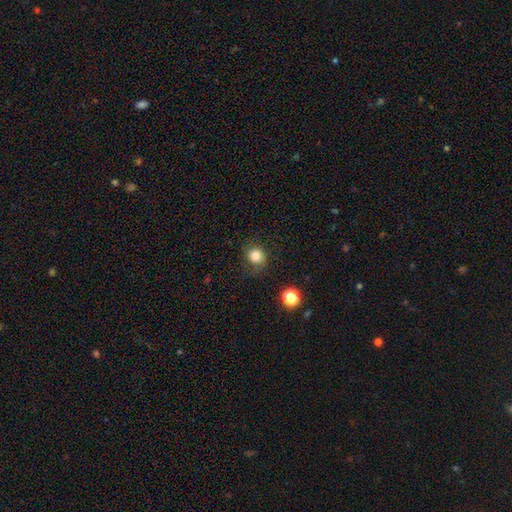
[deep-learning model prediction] smooth_or_featured: smooth (p=0.82) [alt: star or artifact p=0.12]
how_rounded: round (p=0.80) [alt: in between p=0.19]
merging: none (p=0.75) [alt: minor disturbance p=0.17]